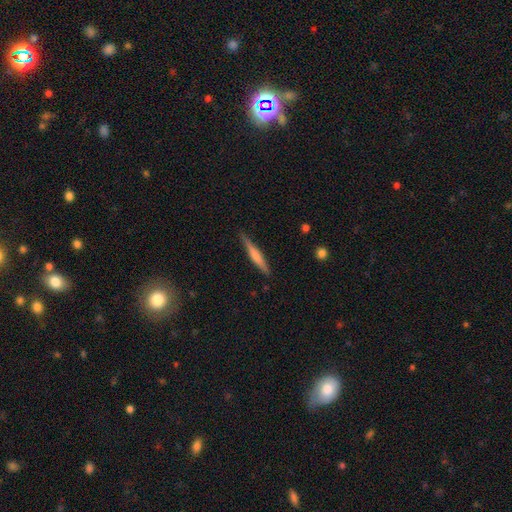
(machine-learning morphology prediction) smooth 50%, featured or disk 44%, star or artifact 6%. Down the decision tree: how rounded — cigar-shaped (94%); merging — none (87%).